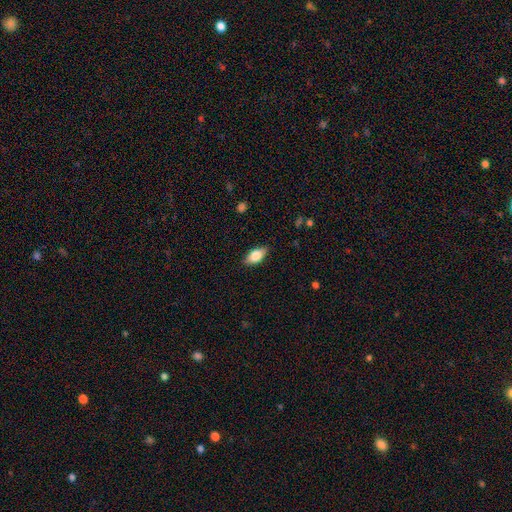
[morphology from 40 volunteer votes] Smooth or featured: smooth — 62% (featured or disk — 25%)
How rounded: in between — 100%
Merging: none — 77% (minor disturbance — 17%)